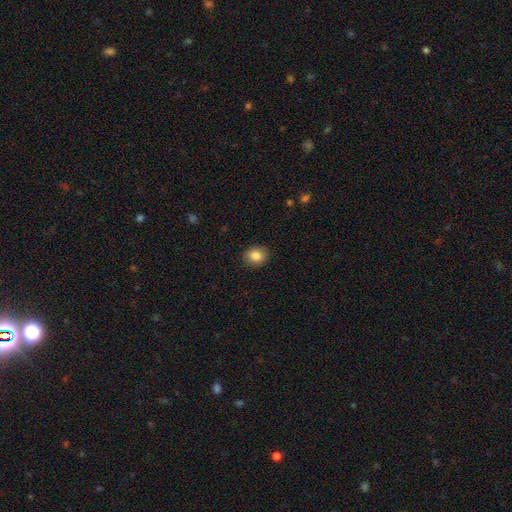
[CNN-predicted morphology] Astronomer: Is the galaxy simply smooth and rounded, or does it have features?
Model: smooth — 85%.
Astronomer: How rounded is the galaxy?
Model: round — 58% (runner-up: in between, 41%).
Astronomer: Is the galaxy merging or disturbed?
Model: none — 89%.